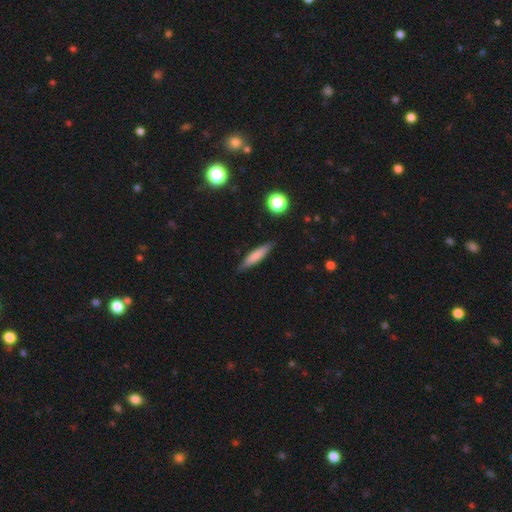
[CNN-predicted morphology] smooth_or_featured: smooth (p=0.73) [alt: featured or disk p=0.20]
how_rounded: cigar-shaped (p=0.84) [alt: in between p=0.15]
merging: none (p=0.85) [alt: minor disturbance p=0.12]